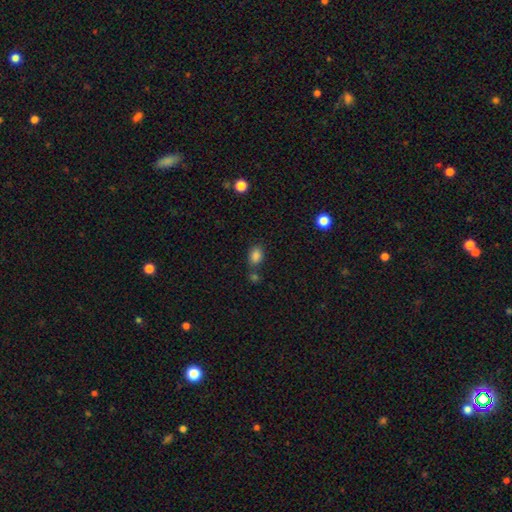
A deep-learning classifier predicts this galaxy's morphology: A smooth galaxy with no disk features (85%) that is in between round and cigar-shaped (73%).

Vote fractions:
- Smooth or featured? smooth: 85% / star or artifact: 11% / featured or disk: 4%
- How rounded? in between: 73% / round: 26% / cigar-shaped: 1%
- Merging? none: 67% / merger: 15% / minor disturbance: 13% / major disturbance: 4%